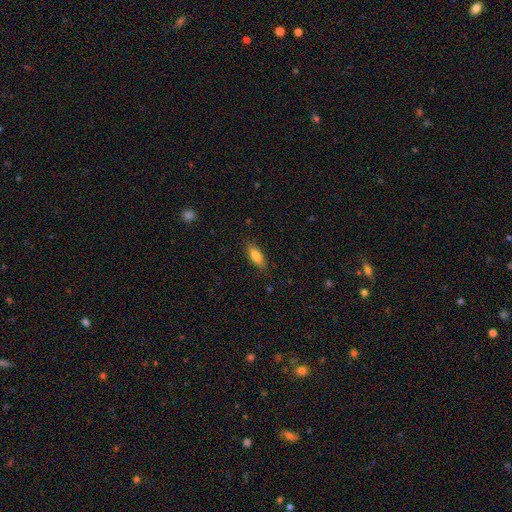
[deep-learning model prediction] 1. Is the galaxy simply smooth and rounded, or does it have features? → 81% smooth, 13% featured or disk, 7% star or artifact.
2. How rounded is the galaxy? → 67% in between, 31% cigar-shaped, 2% round.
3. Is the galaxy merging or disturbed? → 85% none, 11% minor disturbance, 3% major disturbance, 1% merger.